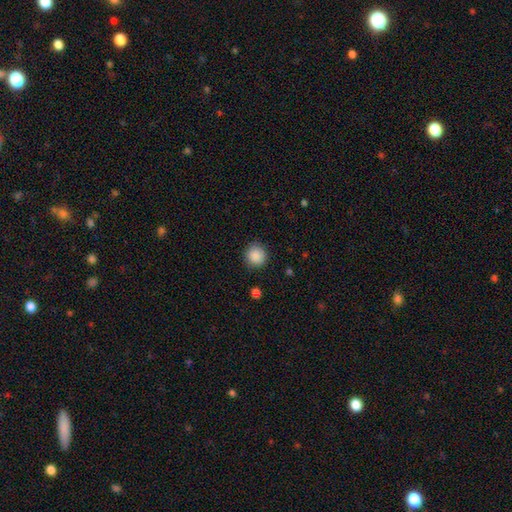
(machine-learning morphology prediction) A smooth galaxy with no disk features (88%) that is round (92%).

Vote fractions:
- Smooth or featured? smooth: 88% / star or artifact: 9% / featured or disk: 3%
- How rounded? round: 92% / in between: 7% / cigar-shaped: 1%
- Merging? none: 88% / minor disturbance: 8% / major disturbance: 3% / merger: 1%